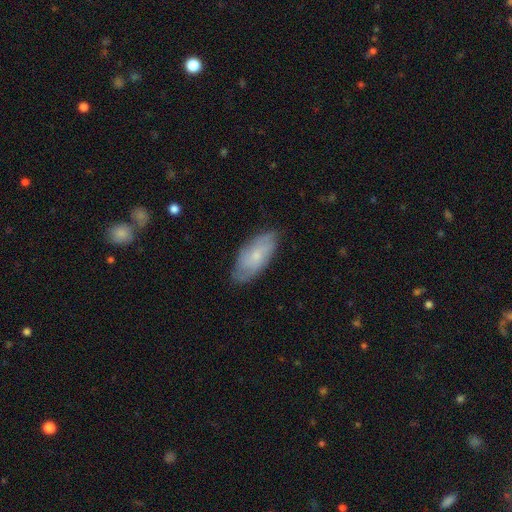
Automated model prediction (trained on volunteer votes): Smooth or featured?
  - smooth: 52% *
  - featured or disk: 41%
  - star or artifact: 7%
How rounded?
  - in between: 86% *
  - cigar-shaped: 12%
  - round: 2%
Merging?
  - none: 76% *
  - minor disturbance: 19%
  - major disturbance: 4%
  - merger: 1%